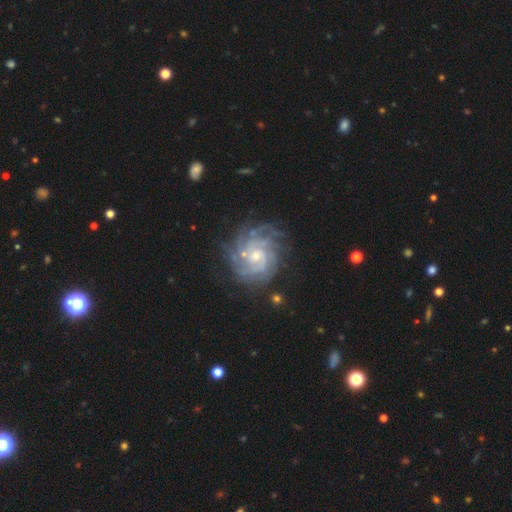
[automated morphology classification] type=featured or disk (86%); edge-on=no (98%); bar=no (61%); spiral arms=yes (97%); winding=tight (71%); arm count=can't tell (29%); bulge=small (53%); merging=none (77%).